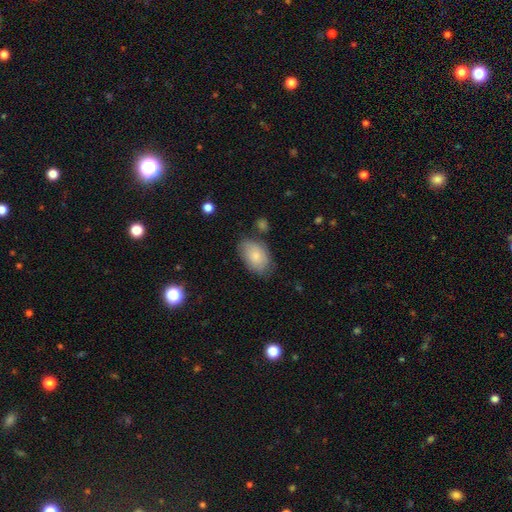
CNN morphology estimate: Smooth or featured: smooth — 78% (featured or disk — 15%)
How rounded: in between — 90% (round — 9%)
Merging: none — 66% (minor disturbance — 24%)